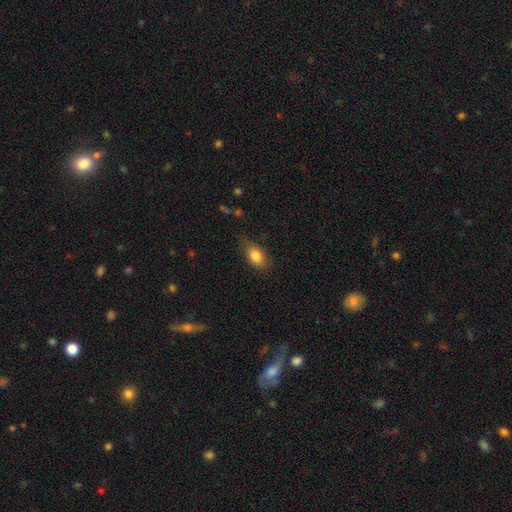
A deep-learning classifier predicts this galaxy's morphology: This is clearly a smooth galaxy (82%). How rounded: clearly in between (84%). Merging: likely none (69%).